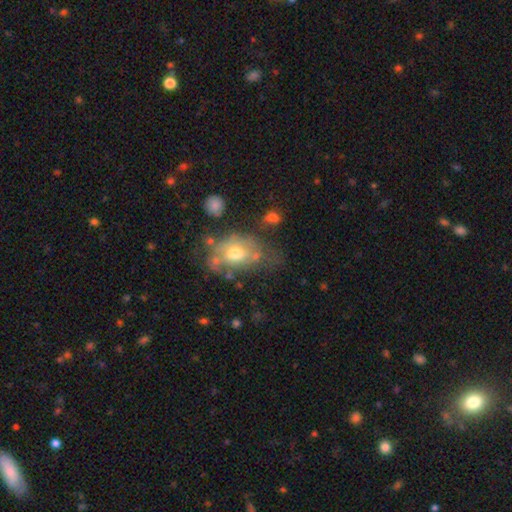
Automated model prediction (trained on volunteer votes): A featured or disk galaxy (47%). Merging: none (52%).